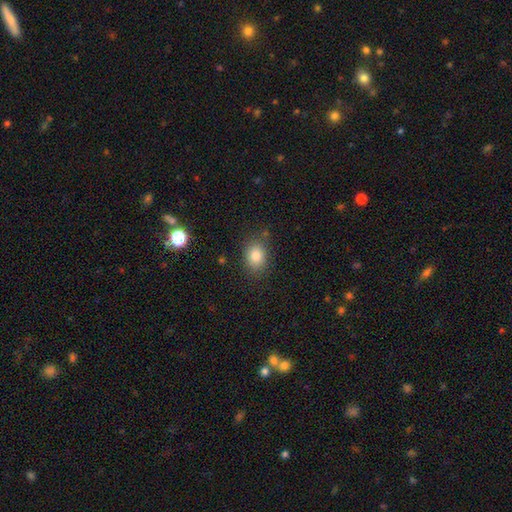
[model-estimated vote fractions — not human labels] smooth-or-featured: smooth: 82% | star or artifact: 10% | featured or disk: 7%
  how-rounded: in between: 57% | round: 42% | cigar-shaped: 1%
  merging: none: 81% | minor disturbance: 13% | major disturbance: 4% | merger: 2%